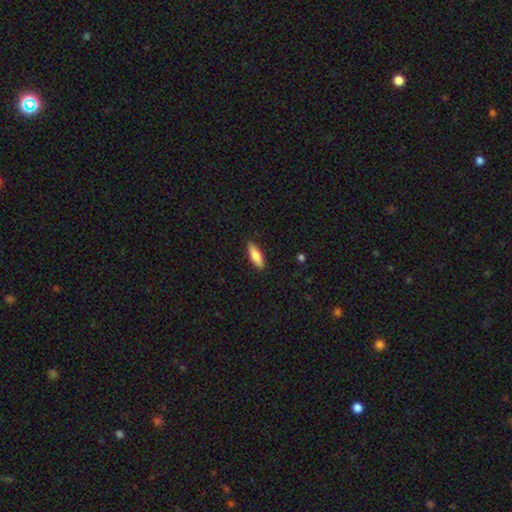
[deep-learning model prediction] Q: Smooth or featured?
A: smooth (77%); runner-up: featured or disk (17%)
Q: How rounded?
A: cigar-shaped (52%); runner-up: in between (46%)
Q: Merging?
A: none (89%); runner-up: minor disturbance (8%)